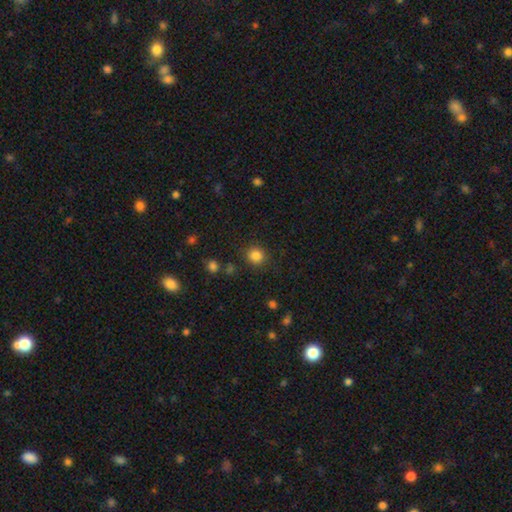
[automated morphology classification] A smooth galaxy with no disk features (84%) that is round (88%). Merging: none (88%).